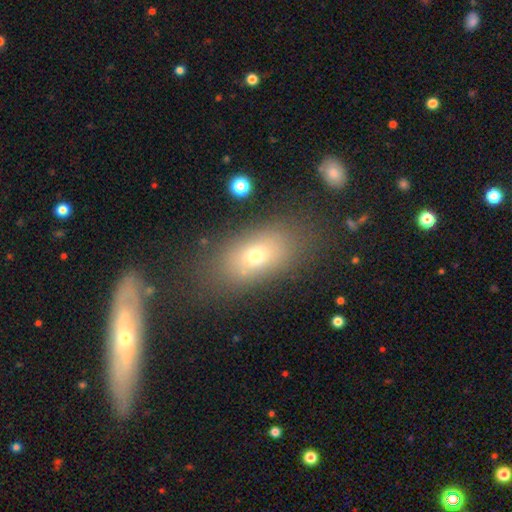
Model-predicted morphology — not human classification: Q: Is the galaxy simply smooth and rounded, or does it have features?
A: smooth — 65%.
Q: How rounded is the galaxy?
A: in between — 81%.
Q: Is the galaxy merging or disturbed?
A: none — 71%.